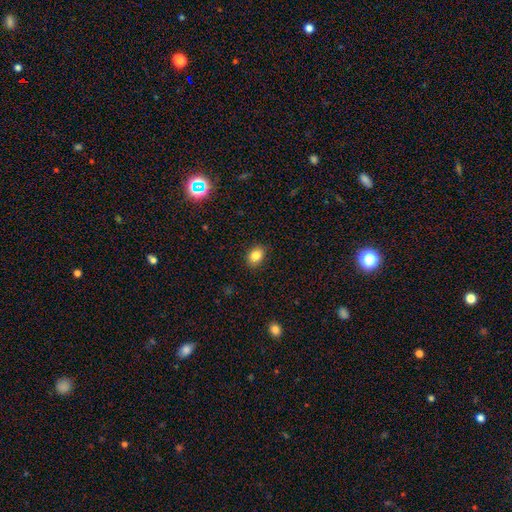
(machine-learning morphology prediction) Q: Smooth or featured?
A: smooth (84%); runner-up: star or artifact (10%)
Q: How rounded?
A: in between (64%); runner-up: round (35%)
Q: Merging?
A: none (88%); runner-up: minor disturbance (9%)